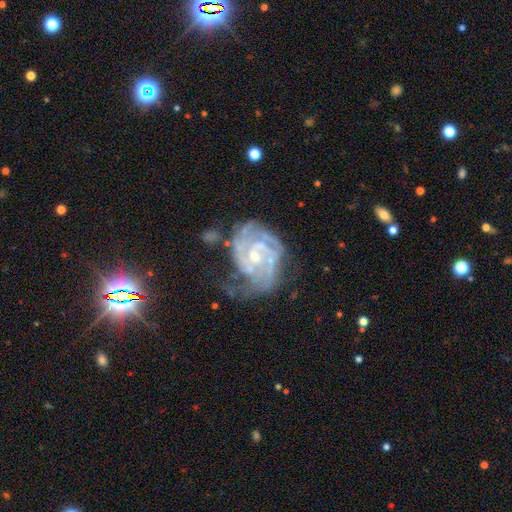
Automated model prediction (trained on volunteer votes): A featured or disk galaxy (89%) with no bar (59%), 2 (33%) tight (60%) spiral arms (95%) and a small central bulge (56%).

Vote fractions:
- Smooth or featured? featured or disk: 89% / star or artifact: 6% / smooth: 6%
- Edge-on disk? no: 98% / yes: 2%
- Bar? no: 59% / weak: 34% / strong: 7%
- Spiral arms? yes: 95% / no: 5%
- Spiral winding? tight: 60% / medium: 33% / loose: 8%
- Spiral arm count? 2: 33% / can't tell: 26% / 3: 22% / 4: 8% / 1: 5% / more than 4: 5%
- Bulge size? small: 56% / moderate: 40% / none: 2% / large: 2% / dominant: 1%
- Merging? none: 43% / minor disturbance: 27% / major disturbance: 25% / merger: 5%